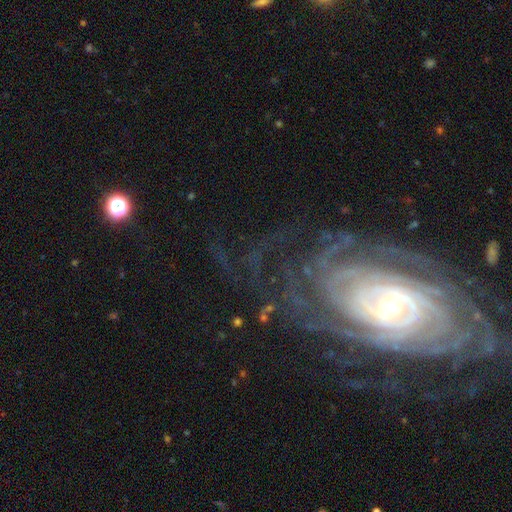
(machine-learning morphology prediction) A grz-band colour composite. It shows a featured or disk galaxy (87%) with no bar (53%), tight (79%) spiral arms (97%) and a small central bulge (61%). Merging: none (72%).